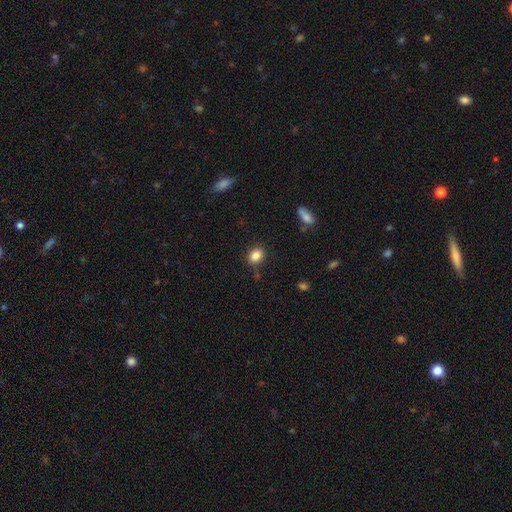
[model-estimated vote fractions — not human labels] A smooth galaxy with no disk features (85%) that is round (57%).

Vote fractions:
- Smooth or featured? smooth: 85% / star or artifact: 10% / featured or disk: 5%
- How rounded? round: 57% / in between: 42% / cigar-shaped: 1%
- Merging? none: 82% / minor disturbance: 12% / major disturbance: 3% / merger: 3%